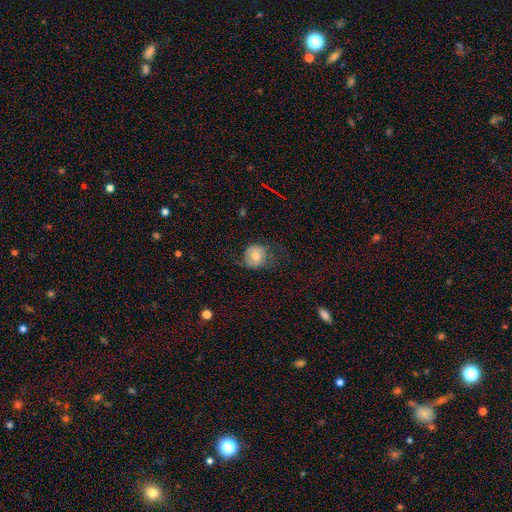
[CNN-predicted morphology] smooth-or-featured: smooth: 64% | featured or disk: 26% | star or artifact: 10%
  how-rounded: round: 77% | in between: 22% | cigar-shaped: 1%
  merging: none: 57% | minor disturbance: 24% | major disturbance: 18% | merger: 1%